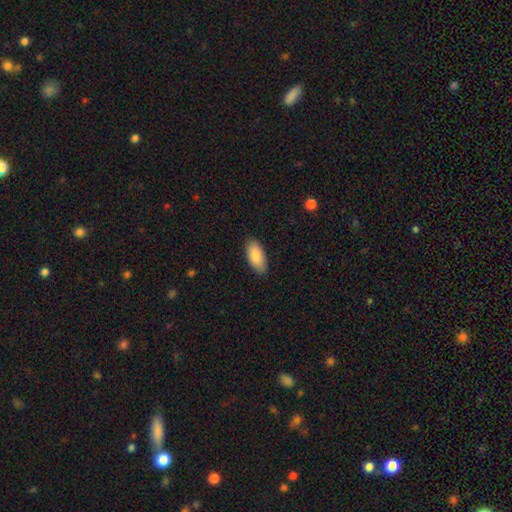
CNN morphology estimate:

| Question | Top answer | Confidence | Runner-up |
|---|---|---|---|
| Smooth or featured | smooth | 88% | featured or disk (6%) |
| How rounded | in between | 90% | cigar-shaped (8%) |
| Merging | none | 86% | minor disturbance (11%) |